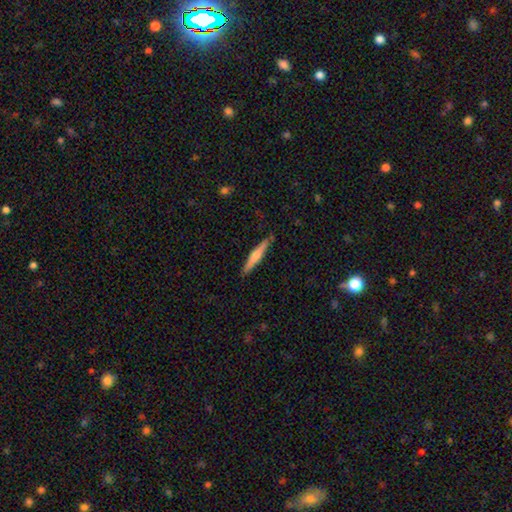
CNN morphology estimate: smooth 54%, featured or disk 41%, star or artifact 5%. Down the decision tree: how rounded — cigar-shaped (93%); merging — none (87%).